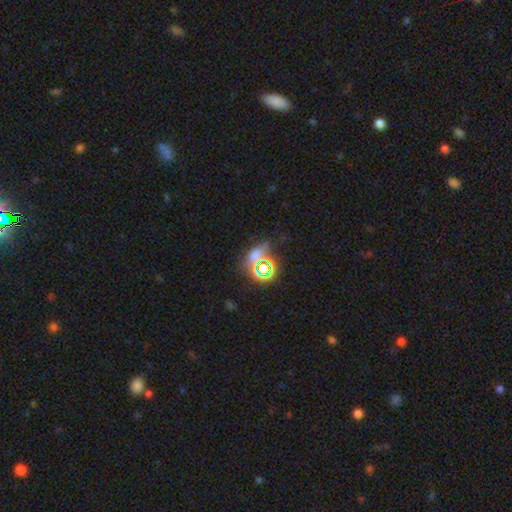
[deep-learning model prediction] This appears to be a star or artifact, not a galaxy (51%).